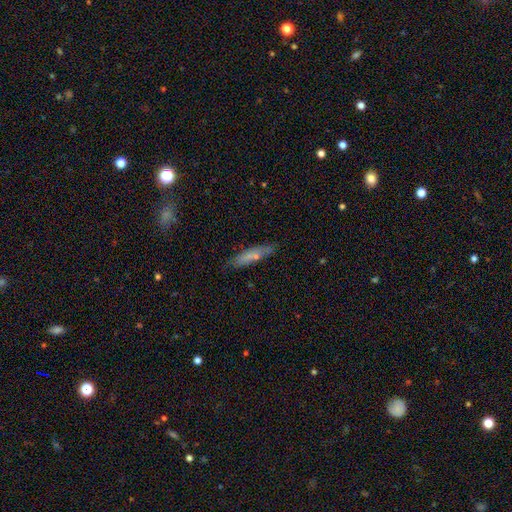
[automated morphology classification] type=smooth (62%); roundness=cigar-shaped (83%); merging=none (82%).